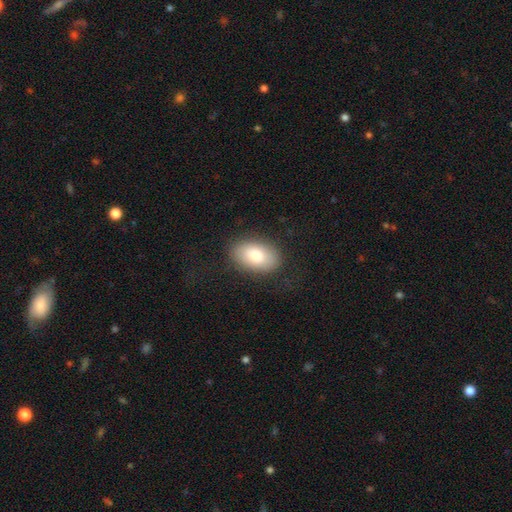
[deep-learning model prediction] Smooth or featured? smooth (78%)
How rounded? in between (90%)
Merging? none (84%)